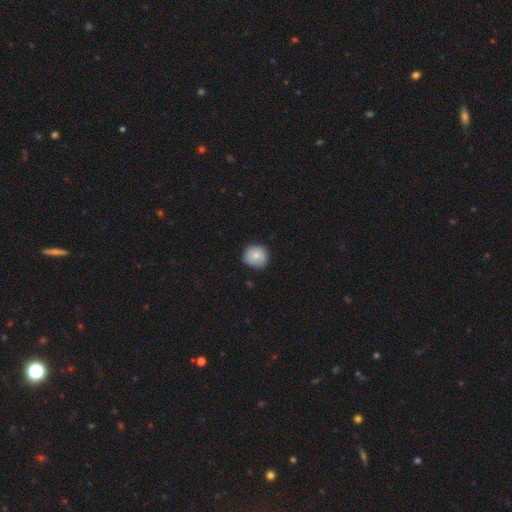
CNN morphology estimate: smooth_or_featured: smooth (p=0.76) [alt: featured or disk p=0.17]
how_rounded: round (p=0.88) [alt: in between p=0.11]
merging: none (p=0.80) [alt: minor disturbance p=0.16]